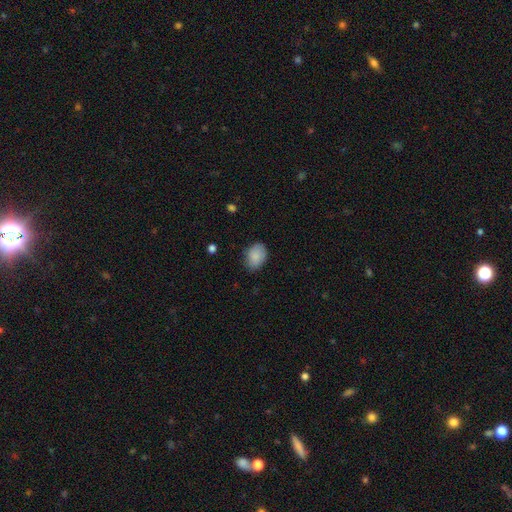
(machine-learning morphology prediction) A smooth galaxy with no disk features (87%) that is in between round and cigar-shaped (76%).

Vote fractions:
- Smooth or featured? smooth: 87% / star or artifact: 7% / featured or disk: 6%
- How rounded? in between: 76% / round: 23% / cigar-shaped: 1%
- Merging? none: 78% / minor disturbance: 17% / major disturbance: 3% / merger: 1%